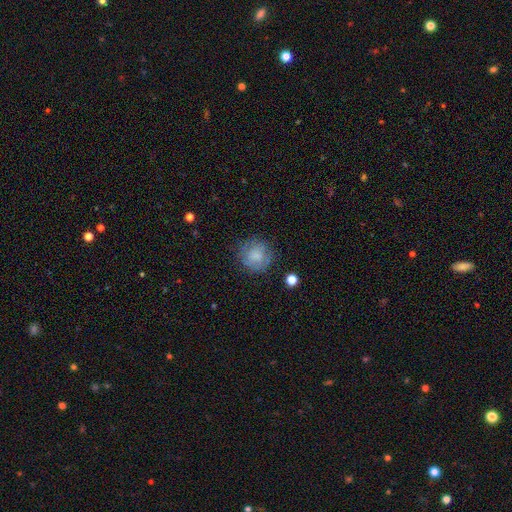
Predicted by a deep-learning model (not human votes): This is likely a smooth galaxy (67%). How rounded: clearly round (89%). Merging: likely none (72%).